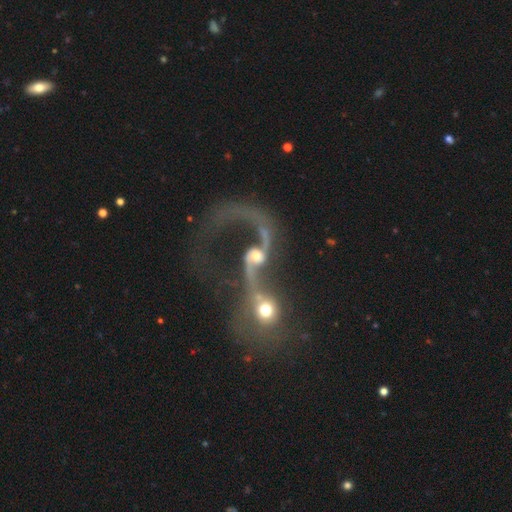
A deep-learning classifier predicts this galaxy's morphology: type=featured or disk (81%); edge-on=no (96%); bar=no (61%); spiral arms=yes (90%); winding=loose (89%); arm count=2 (84%); bulge=moderate (54%); merging=merger (64%).